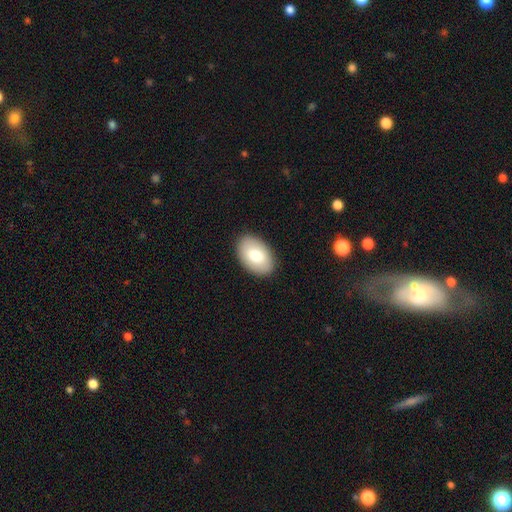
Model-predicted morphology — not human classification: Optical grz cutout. It shows a smooth galaxy with no disk features (77%) that is in between round and cigar-shaped (91%). Merging: none (89%).